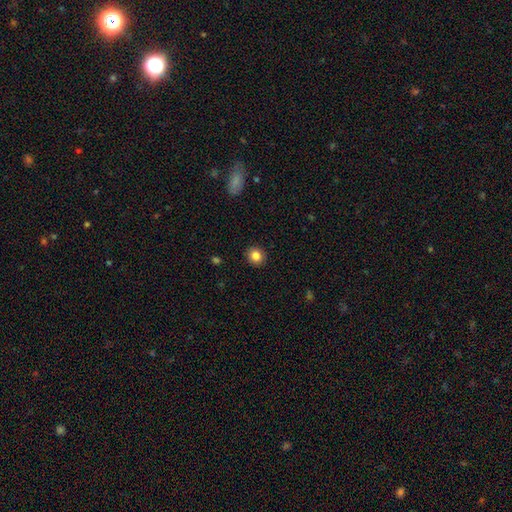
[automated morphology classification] smooth-or-featured: smooth: 84% | star or artifact: 10% | featured or disk: 6%
  how-rounded: round: 85% | in between: 14% | cigar-shaped: 1%
  merging: none: 91% | minor disturbance: 6% | major disturbance: 2% | merger: 1%